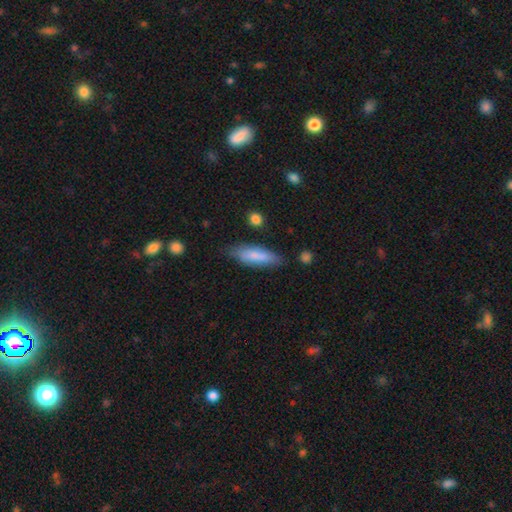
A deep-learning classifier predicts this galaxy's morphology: Smooth or featured?
  - smooth: 77% *
  - featured or disk: 17%
  - star or artifact: 6%
How rounded?
  - cigar-shaped: 52% *
  - in between: 46%
  - round: 2%
Merging?
  - none: 74% *
  - minor disturbance: 20%
  - major disturbance: 4%
  - merger: 2%